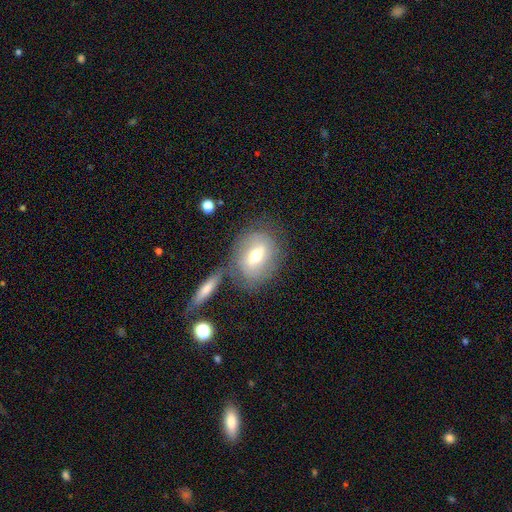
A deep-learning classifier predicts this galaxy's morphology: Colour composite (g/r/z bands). It shows a smooth galaxy with no disk features (51%) that is in between round and cigar-shaped (49%, tied with round). Merging: none (60%).